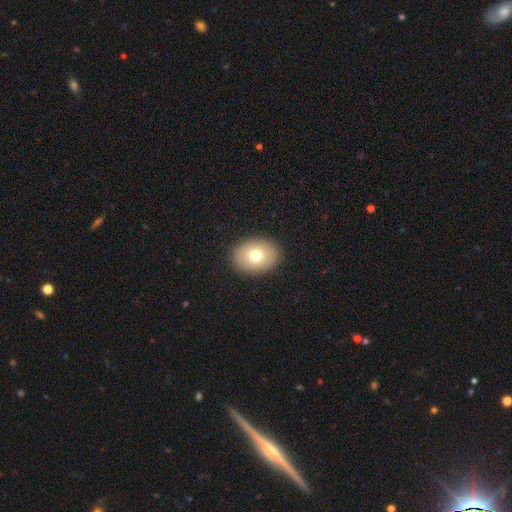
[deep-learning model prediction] The model was most divided on "how rounded": in between: 66%, round: 34%, cigar-shaped: 1%. More confident: merging — none (90%); smooth or featured — smooth (74%).